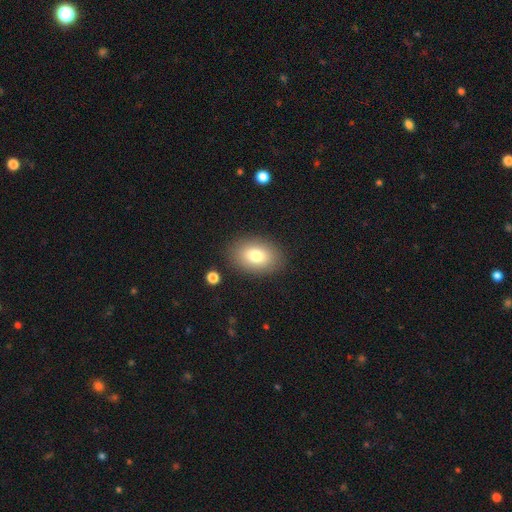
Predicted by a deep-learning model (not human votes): Morphology: type=smooth (79%); roundness=in between (82%); merging=none (86%).